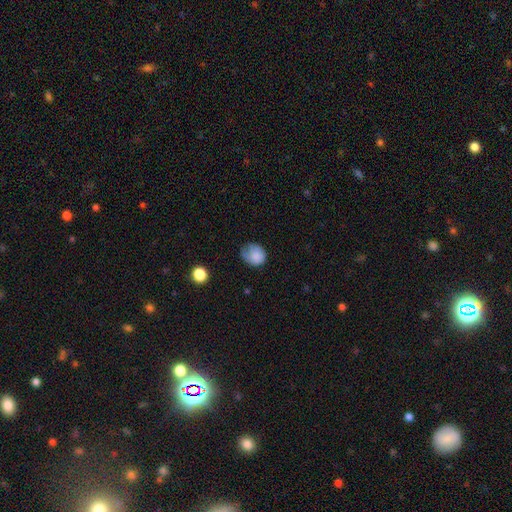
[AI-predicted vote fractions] smooth_or_featured: smooth (p=0.82) [alt: featured or disk p=0.10]
how_rounded: round (p=0.65) [alt: in between p=0.34]
merging: none (p=0.44) [alt: minor disturbance p=0.38]